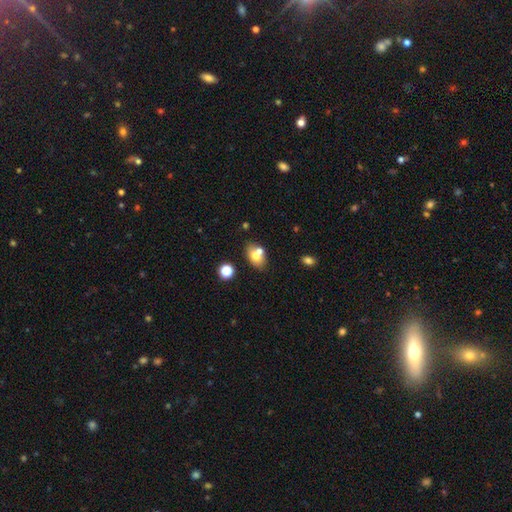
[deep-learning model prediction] Smooth or featured: smooth — 69% (featured or disk — 20%)
How rounded: in between — 75% (round — 23%)
Merging: none — 53% (merger — 31%)